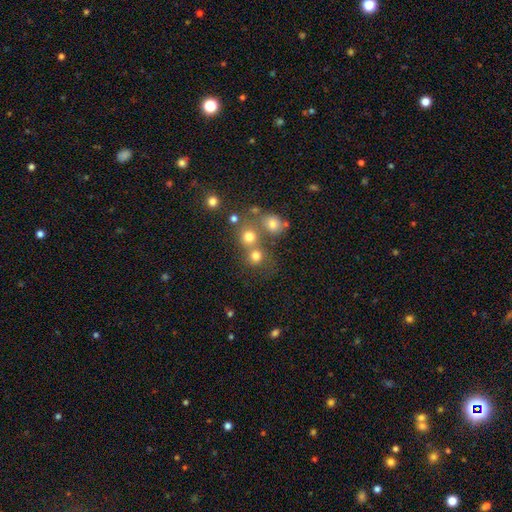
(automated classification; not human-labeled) Overall: smooth (74%). How rounded: round (86%). Merging: none (55%; merger 32%).